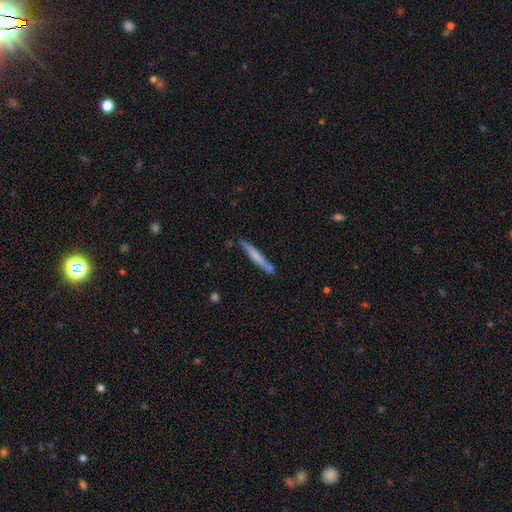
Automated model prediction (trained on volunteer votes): Q: Smooth or featured?
A: smooth (62%); runner-up: featured or disk (32%)
Q: How rounded?
A: cigar-shaped (96%); runner-up: in between (3%)
Q: Merging?
A: none (74%); runner-up: minor disturbance (16%)